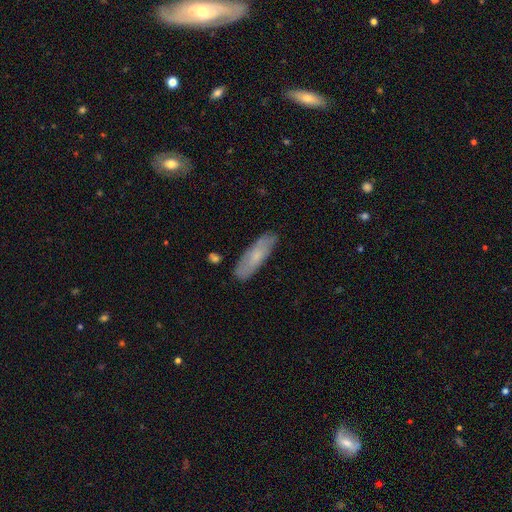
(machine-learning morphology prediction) This appears to be a smooth galaxy with no disk features (64%) that is cigar-shaped (53%). Merging: none (81%).